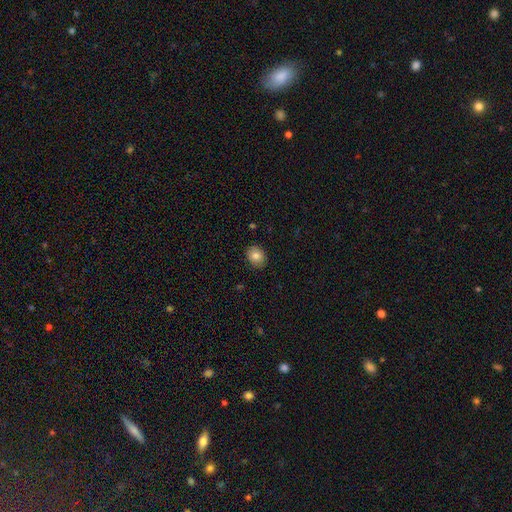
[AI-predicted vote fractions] smooth_or_featured: smooth (p=0.82) [alt: star or artifact p=0.09]
how_rounded: round (p=0.54) [alt: in between p=0.45]
merging: none (p=0.86) [alt: minor disturbance p=0.11]